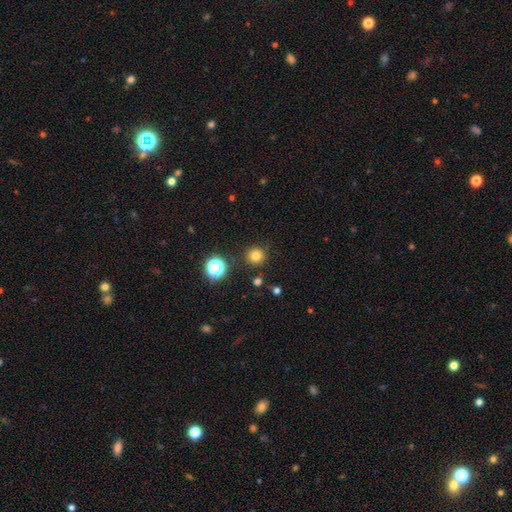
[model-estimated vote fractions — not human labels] A smooth galaxy with no disk features (78%) that is round (95%). Merging: none (88%).